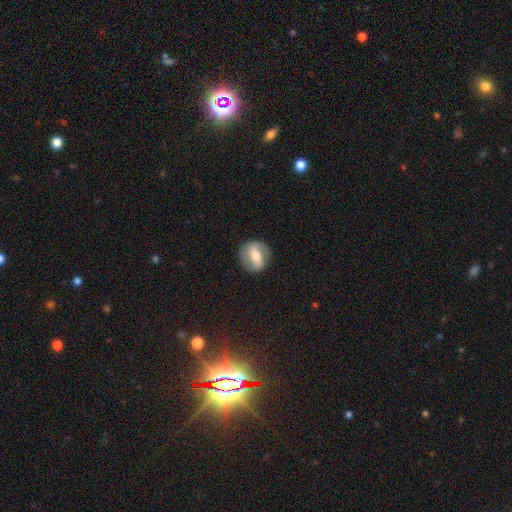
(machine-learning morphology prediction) smooth-or-featured: featured or disk: 68% | smooth: 25% | star or artifact: 6%
  disk-edge-on: no: 94% | yes: 6%
    bar: strong: 55% | weak: 29% | no: 15%
    has-spiral-arms: yes: 75% | no: 25%
    bulge-size: moderate: 59% | small: 32% | large: 5% | none: 2% | dominant: 1%
  merging: none: 84% | minor disturbance: 11% | major disturbance: 4% | merger: 1%